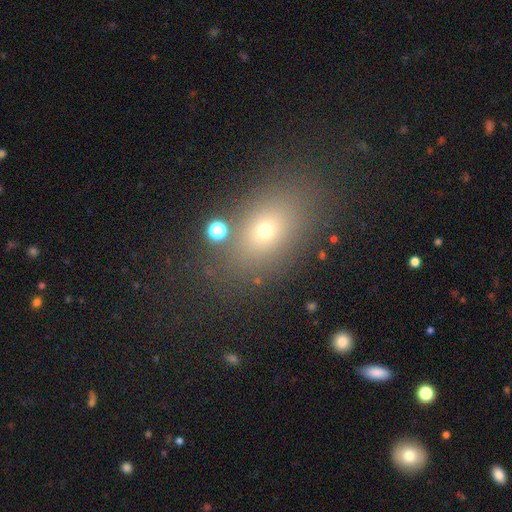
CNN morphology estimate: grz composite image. It shows a smooth galaxy with no disk features (63%) that is in between round and cigar-shaped (73%). Merging: none (81%).